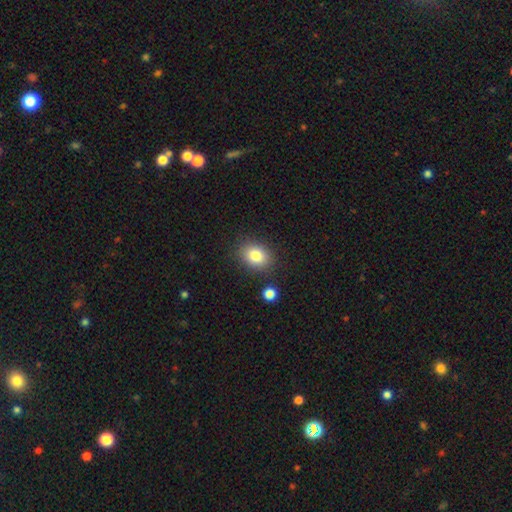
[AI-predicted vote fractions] A smooth galaxy with no disk features (82%) that is in between round and cigar-shaped (61%). Merging: none (84%).